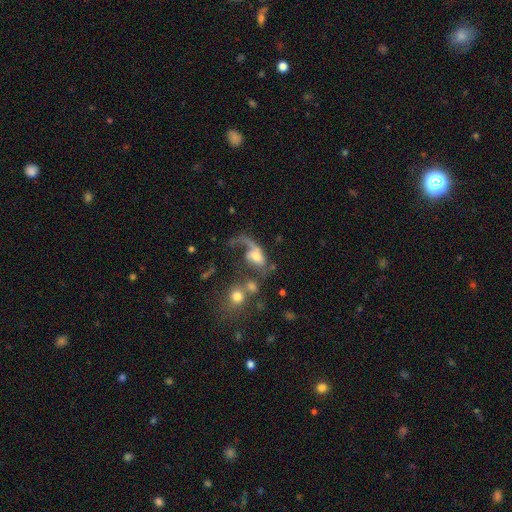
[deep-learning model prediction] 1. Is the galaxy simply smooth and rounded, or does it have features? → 62% featured or disk, 29% smooth, 10% star or artifact.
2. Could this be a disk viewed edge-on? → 94% no, 6% yes.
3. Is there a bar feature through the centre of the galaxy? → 59% no, 31% weak, 10% strong.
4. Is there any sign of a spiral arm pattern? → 78% yes, 22% no.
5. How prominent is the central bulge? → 52% moderate, 25% small, 14% large, 6% none, 3% dominant.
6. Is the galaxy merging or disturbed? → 44% major disturbance, 24% merger, 21% none, 11% minor disturbance.